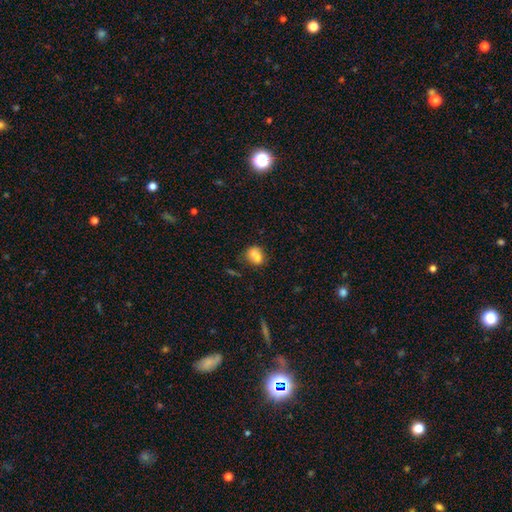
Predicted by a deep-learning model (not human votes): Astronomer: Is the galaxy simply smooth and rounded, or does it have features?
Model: smooth — 73%.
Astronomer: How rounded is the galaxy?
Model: round — 52% (runner-up: in between, 46%).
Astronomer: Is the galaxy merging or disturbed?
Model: none — 42% (runner-up: merger, 37%).